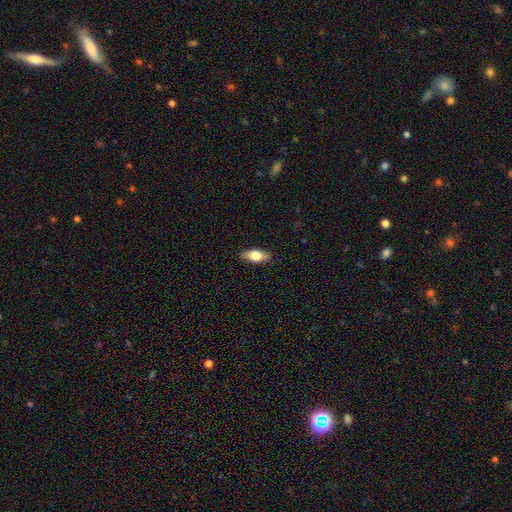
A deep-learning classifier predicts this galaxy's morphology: type=smooth (69%); roundness=in between (80%); merging=none (88%).